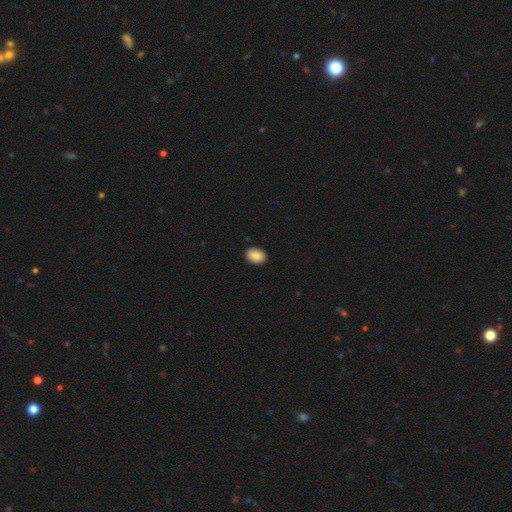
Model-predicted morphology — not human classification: type=smooth (88%); roundness=in between (81%); merging=none (90%).